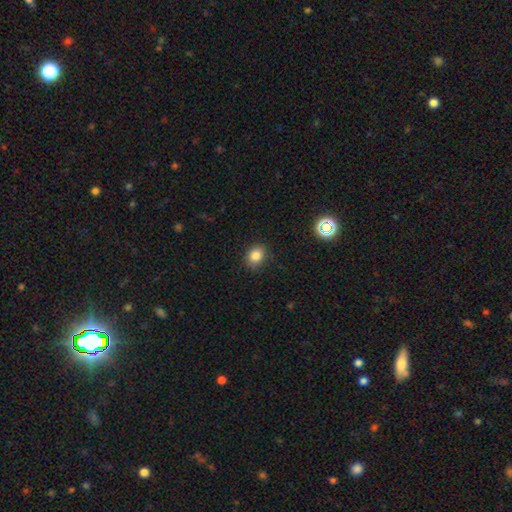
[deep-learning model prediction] smooth_or_featured: smooth (p=0.83) [alt: star or artifact p=0.12]
how_rounded: round (p=0.55) [alt: in between p=0.44]
merging: none (p=0.88) [alt: minor disturbance p=0.09]